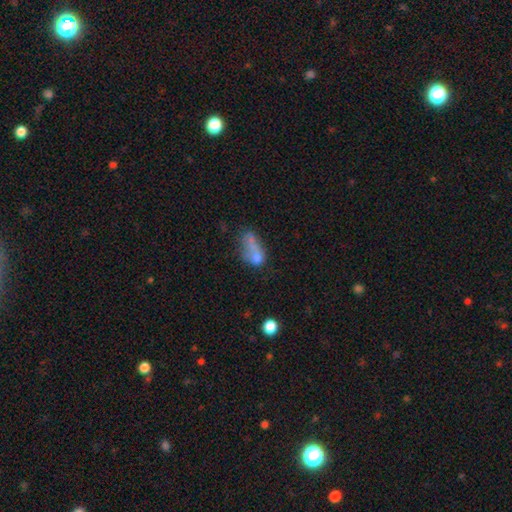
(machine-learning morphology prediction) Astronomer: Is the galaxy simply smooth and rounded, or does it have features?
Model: smooth — 60%.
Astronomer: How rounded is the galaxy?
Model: in between — 72%.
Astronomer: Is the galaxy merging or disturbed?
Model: merger — 32% (runner-up: major disturbance, 27%).